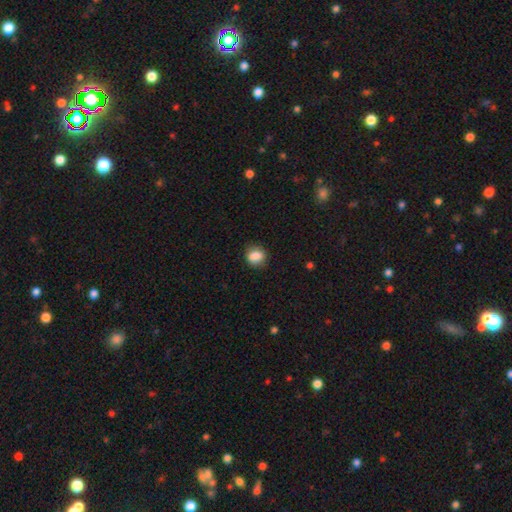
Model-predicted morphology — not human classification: Smooth or featured? Predicted: smooth (p=0.84). How rounded? Predicted: round (p=0.63). Merging? Predicted: none (p=0.82).